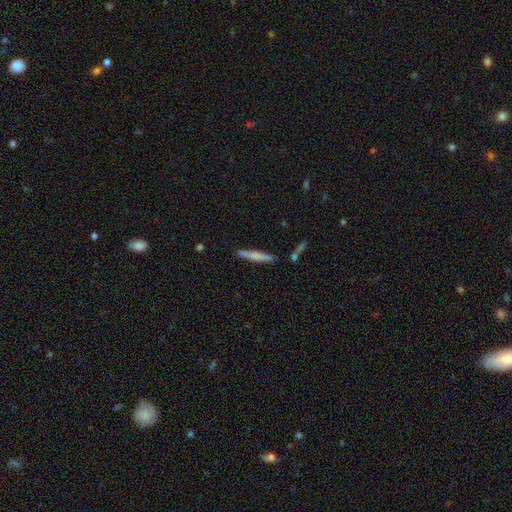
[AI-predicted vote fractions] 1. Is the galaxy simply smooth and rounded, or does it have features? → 64% smooth, 30% featured or disk, 6% star or artifact.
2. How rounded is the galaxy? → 95% cigar-shaped, 4% in between, 1% round.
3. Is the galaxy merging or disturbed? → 85% none, 9% minor disturbance, 4% merger, 2% major disturbance.